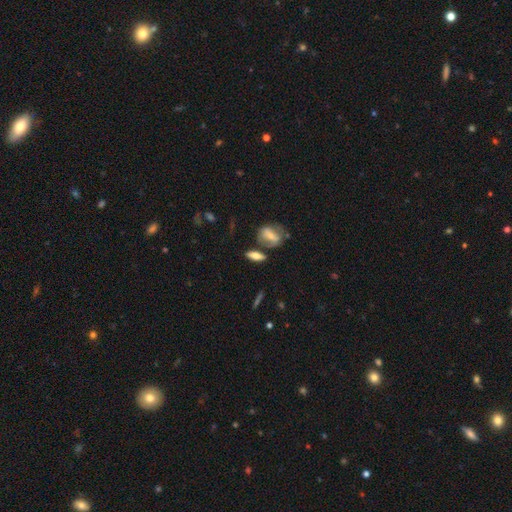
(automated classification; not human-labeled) smooth-or-featured: smooth: 62% | featured or disk: 29% | star or artifact: 9%
  how-rounded: in between: 55% | cigar-shaped: 37% | round: 7%
  merging: none: 68% | merger: 14% | minor disturbance: 13% | major disturbance: 5%